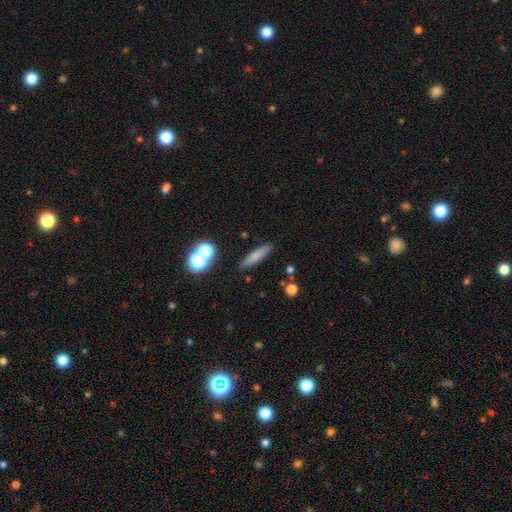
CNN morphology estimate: The model was most divided on "smooth or featured": smooth: 70%, featured or disk: 19%, star or artifact: 11%. More confident: merging — none (86%); how rounded — cigar-shaped (82%).